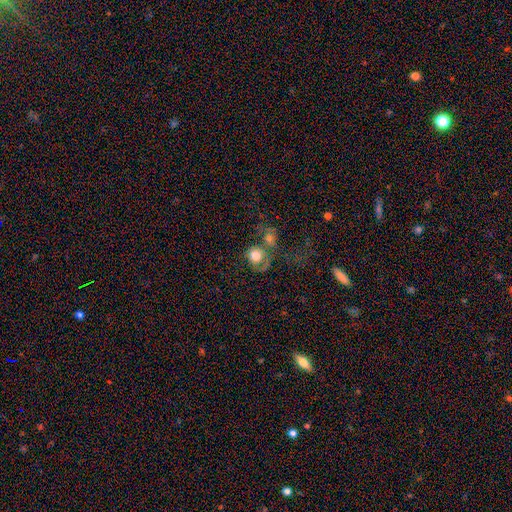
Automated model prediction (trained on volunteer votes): Smooth or featured? Predicted: smooth (p=0.69). How rounded? Predicted: round (p=0.75). Merging? Predicted: merger (p=0.43).